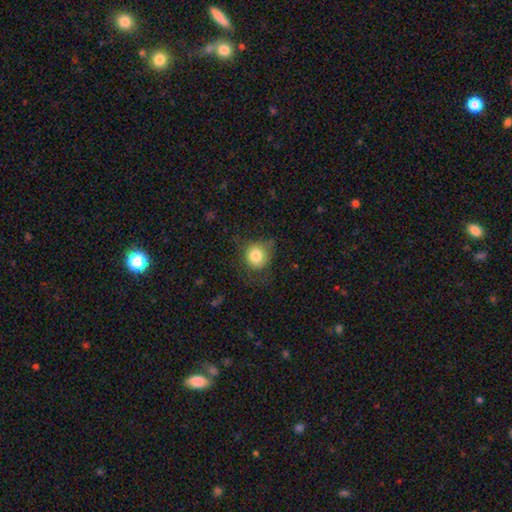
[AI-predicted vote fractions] Smooth or featured: smooth — 80% (featured or disk — 10%)
How rounded: round — 84% (in between — 15%)
Merging: none — 60% (minor disturbance — 25%)